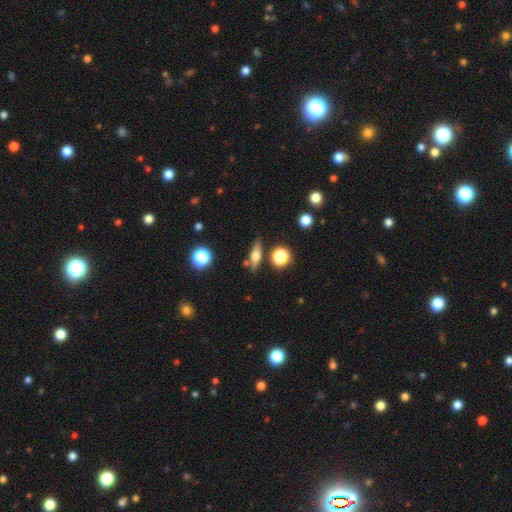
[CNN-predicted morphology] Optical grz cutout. It shows a featured or disk galaxy (46%). Merging: none (79%).